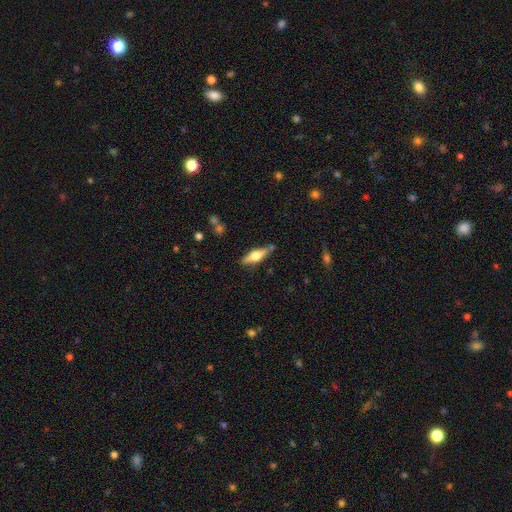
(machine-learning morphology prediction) Overall: featured or disk (58%; smooth 36%). Edge-on disk: yes (94%). Edge-on bulge: rounded (93%). Merging: none (81%).